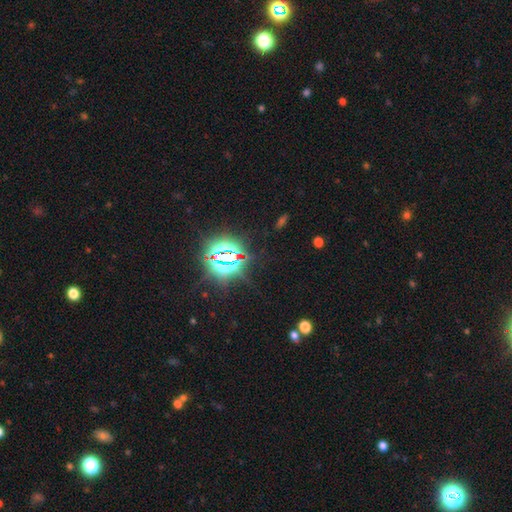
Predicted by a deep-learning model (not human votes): A star or artifact, not a galaxy (84%).

Vote fractions:
- Smooth or featured? star or artifact: 84% / smooth: 10% / featured or disk: 6%